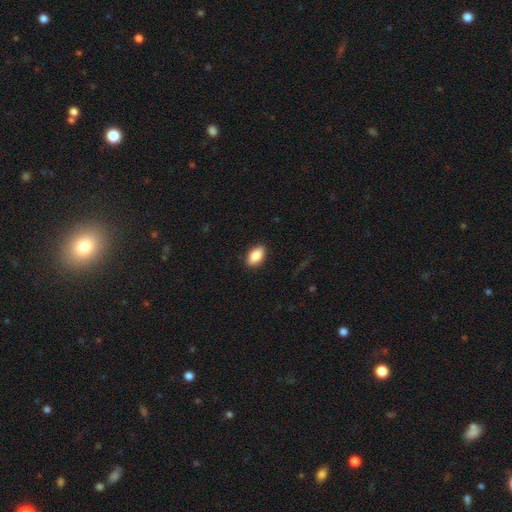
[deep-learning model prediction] A smooth galaxy with no disk features (87%) that is in between round and cigar-shaped (92%). Merging: none (89%).